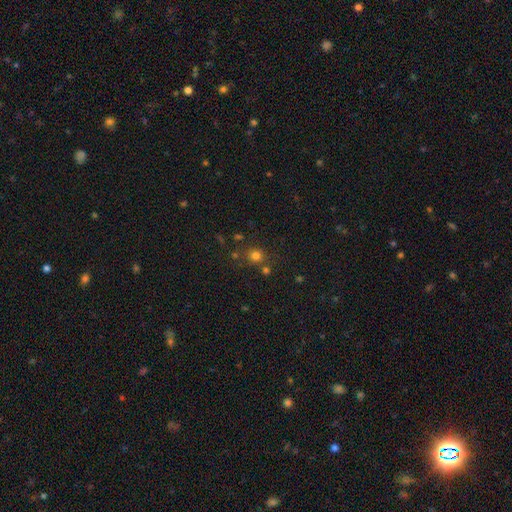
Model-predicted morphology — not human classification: The model was most divided on "smooth or featured": smooth: 73%, star or artifact: 20%, featured or disk: 7%. More confident: how rounded — round (86%); merging — none (73%).